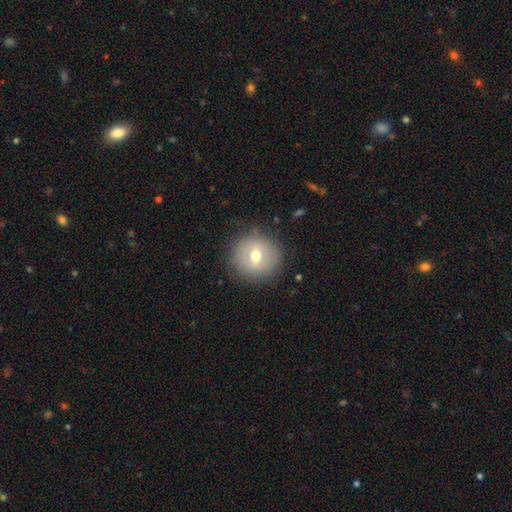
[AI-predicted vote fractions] Smooth or featured? Predicted: smooth (p=0.58). How rounded? Predicted: round (p=0.93). Merging? Predicted: none (p=0.85).